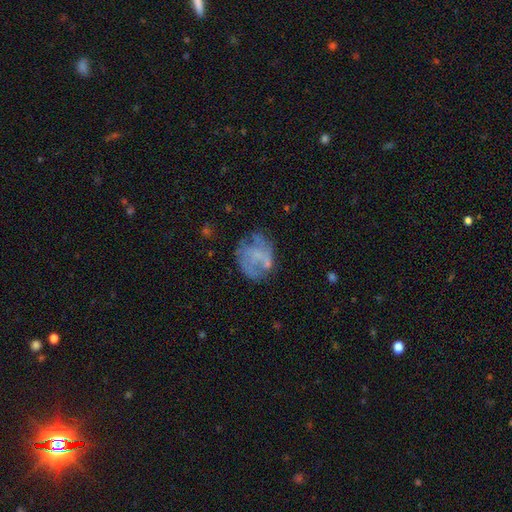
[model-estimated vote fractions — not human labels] The model was most divided on "smooth or featured": featured or disk: 55%, smooth: 34%, star or artifact: 10%. More confident: edge-on disk — no (98%); bar — no (77%); spiral arms — no (63%); bulge size — none (59%); merging — none (55%).